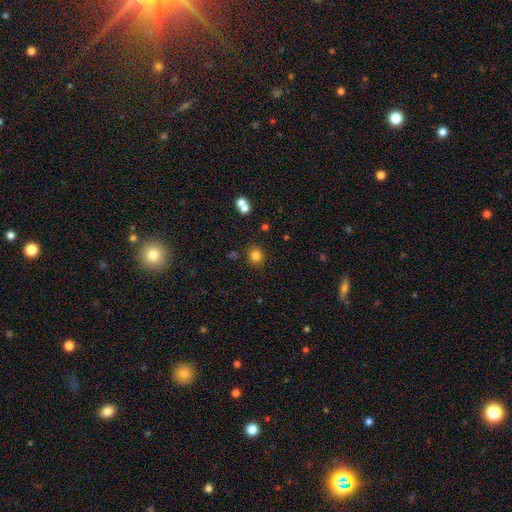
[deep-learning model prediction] smooth-or-featured: smooth: 81% | star or artifact: 13% | featured or disk: 6%
  how-rounded: round: 86% | in between: 13% | cigar-shaped: 1%
  merging: none: 85% | minor disturbance: 8% | merger: 5% | major disturbance: 3%